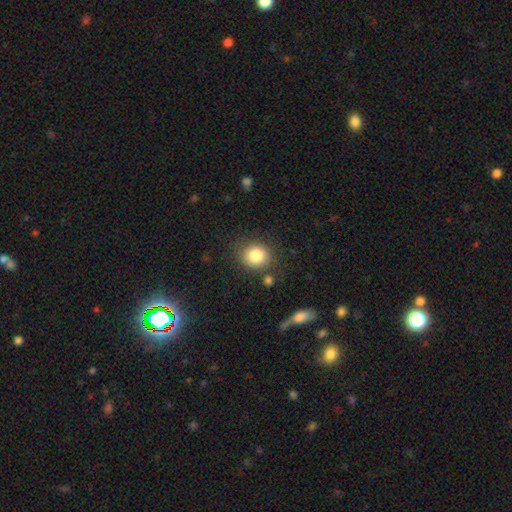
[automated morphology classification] A smooth galaxy with no disk features (84%) that is round (75%).

Vote fractions:
- Smooth or featured? smooth: 84% / star or artifact: 9% / featured or disk: 7%
- How rounded? round: 75% / in between: 24% / cigar-shaped: 1%
- Merging? none: 79% / minor disturbance: 12% / merger: 5% / major disturbance: 4%